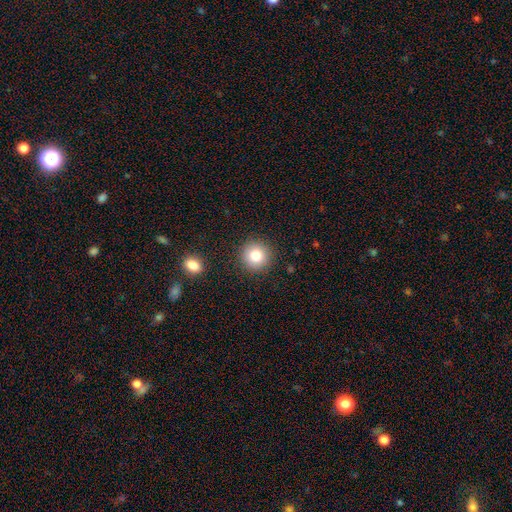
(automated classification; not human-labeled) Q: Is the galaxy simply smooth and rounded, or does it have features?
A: smooth — 81%.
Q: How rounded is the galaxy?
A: round — 94%.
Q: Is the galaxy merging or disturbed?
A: none — 90%.